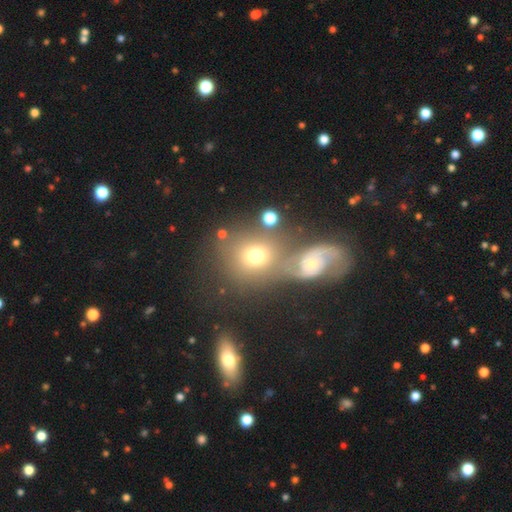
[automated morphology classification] smooth-or-featured: smooth: 57% | featured or disk: 32% | star or artifact: 11%
  how-rounded: round: 71% | in between: 28% | cigar-shaped: 1%
  merging: merger: 44% | none: 39% | minor disturbance: 10% | major disturbance: 7%